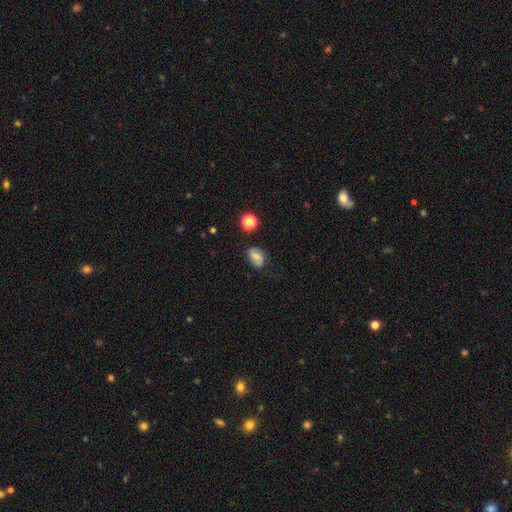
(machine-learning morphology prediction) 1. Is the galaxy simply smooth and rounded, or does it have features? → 48% smooth, 41% featured or disk, 11% star or artifact.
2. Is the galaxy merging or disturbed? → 77% none, 16% minor disturbance, 4% major disturbance, 2% merger.